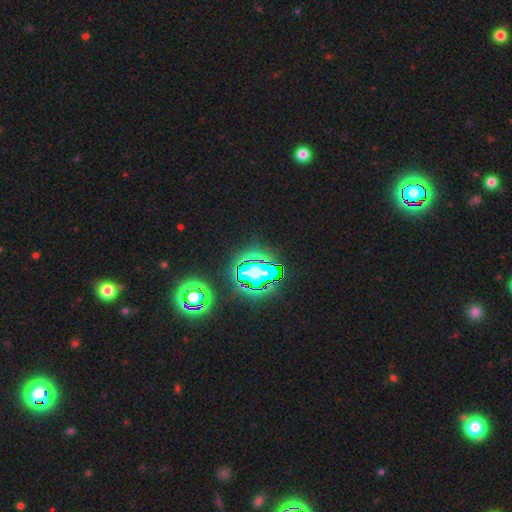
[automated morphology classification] Smooth or featured: star or artifact — 83% (smooth — 11%)